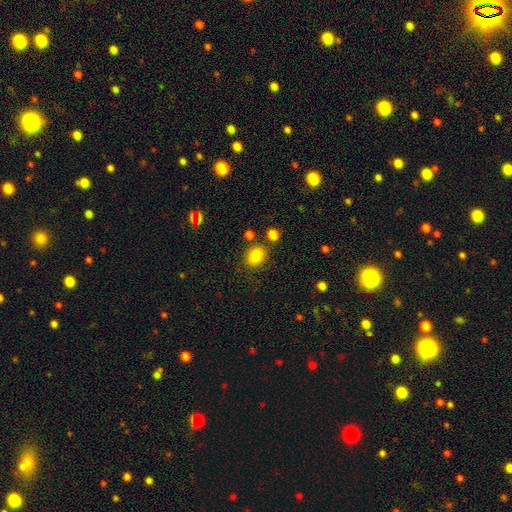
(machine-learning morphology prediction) Overall: smooth (84%). How rounded: in between (63%; round 36%). Merging: none (77%).